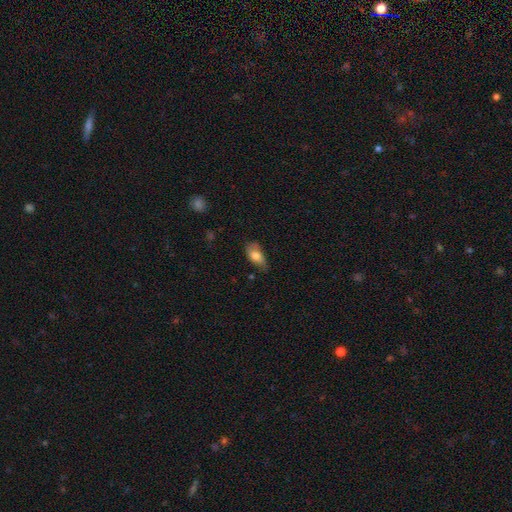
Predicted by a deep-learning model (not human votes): Smooth or featured? Predicted: smooth (p=0.77). How rounded? Predicted: in between (p=0.89). Merging? Predicted: none (p=0.60).